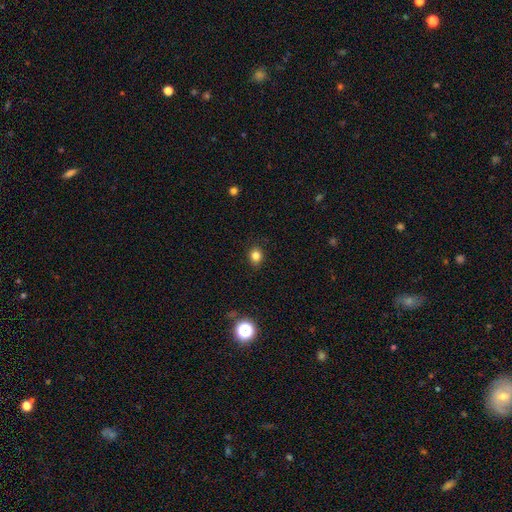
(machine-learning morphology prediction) smooth_or_featured: smooth (p=0.82) [alt: star or artifact p=0.13]
how_rounded: round (p=0.67) [alt: in between p=0.32]
merging: none (p=0.88) [alt: minor disturbance p=0.09]